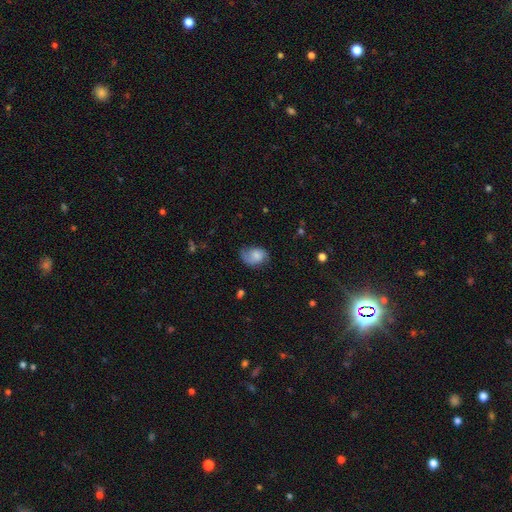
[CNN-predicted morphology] This is possibly a smooth galaxy (55%). How rounded: likely in between (69%). Merging: possibly none (52%).